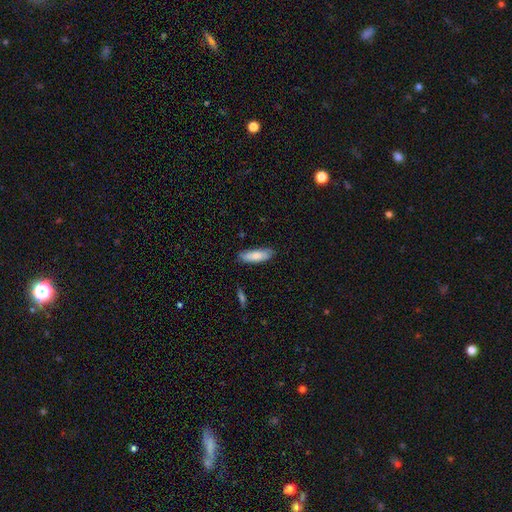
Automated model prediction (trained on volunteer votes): This appears to be a smooth galaxy with no disk features (79%) that is in between round and cigar-shaped (58%). Merging: none (79%).